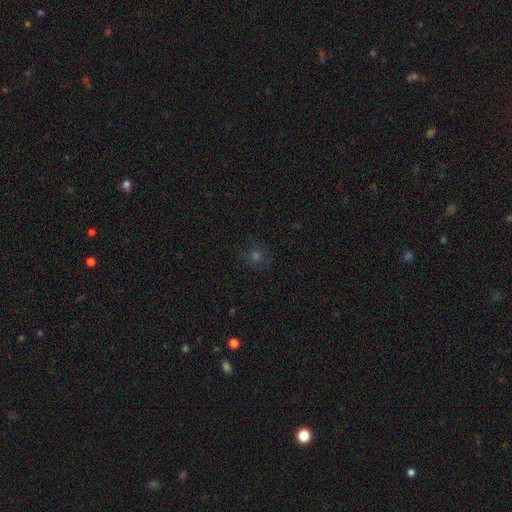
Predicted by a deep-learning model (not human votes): smooth_or_featured: smooth (p=0.50) [alt: star or artifact p=0.36]
how_rounded: round (p=0.90) [alt: in between p=0.08]
merging: none (p=0.85) [alt: minor disturbance p=0.09]